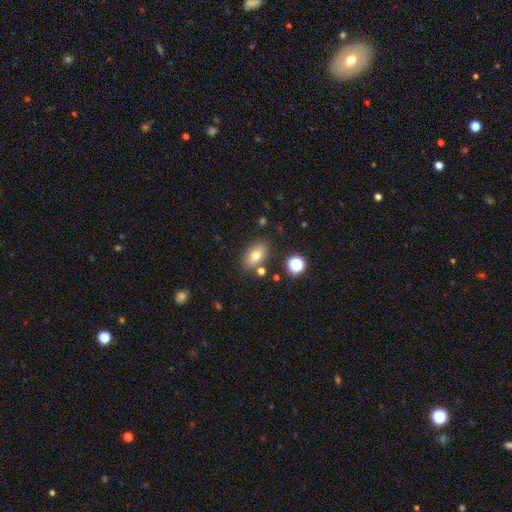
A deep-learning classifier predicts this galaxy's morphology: smooth 73%, featured or disk 15%, star or artifact 12%. Down the decision tree: how rounded — in between (84%); merging — none (79%).